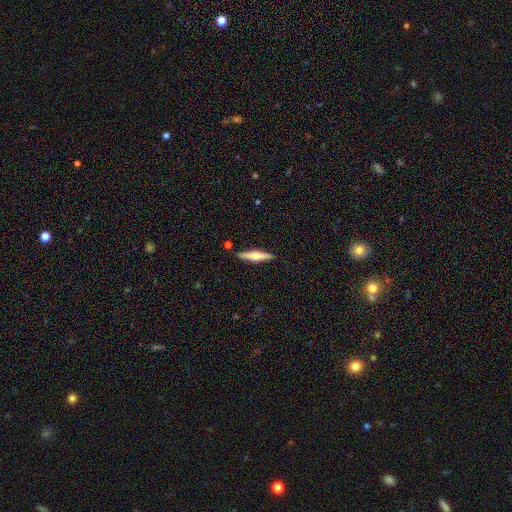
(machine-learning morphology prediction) Smooth or featured? Predicted: featured or disk (p=0.54). Edge-on disk? Predicted: yes (p=0.97). Edge-on bulge? Predicted: rounded (p=0.82). Merging? Predicted: none (p=0.88).